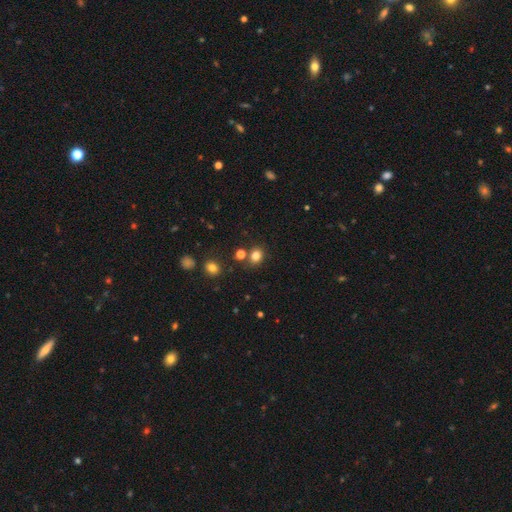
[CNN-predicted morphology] A smooth galaxy with no disk features (79%) that is round (71%). Merging: none (76%).